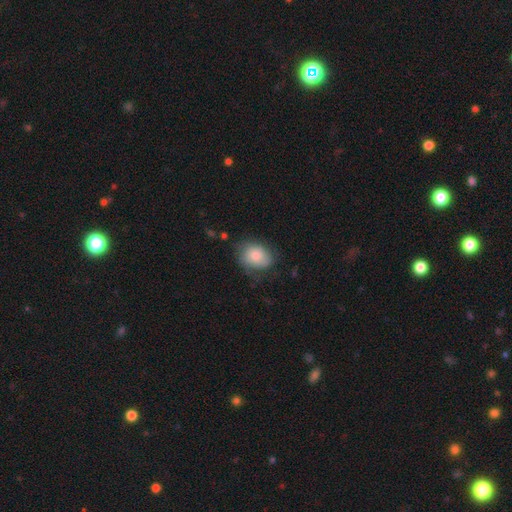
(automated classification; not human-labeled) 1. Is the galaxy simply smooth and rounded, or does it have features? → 79% smooth, 14% featured or disk, 7% star or artifact.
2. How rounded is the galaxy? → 63% in between, 37% round, 1% cigar-shaped.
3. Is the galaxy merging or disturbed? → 59% none, 29% minor disturbance, 10% major disturbance, 2% merger.